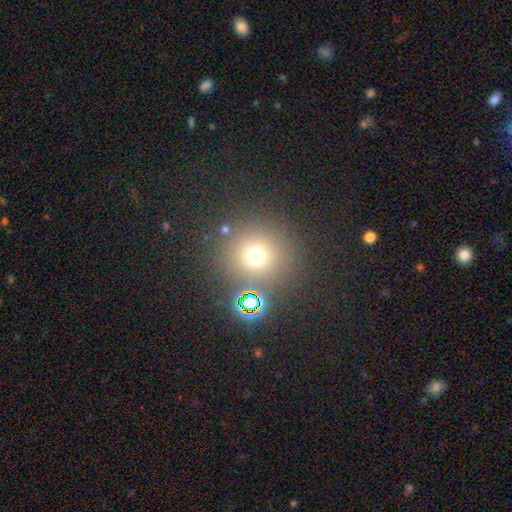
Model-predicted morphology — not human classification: A smooth galaxy with no disk features (66%) that is round (93%). Merging: none (81%).